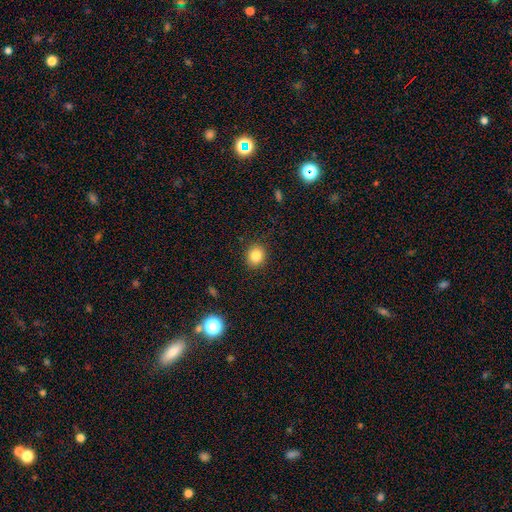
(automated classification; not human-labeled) smooth 84%, star or artifact 10%, featured or disk 6%. Down the decision tree: how rounded — round (75%); merging — none (89%).